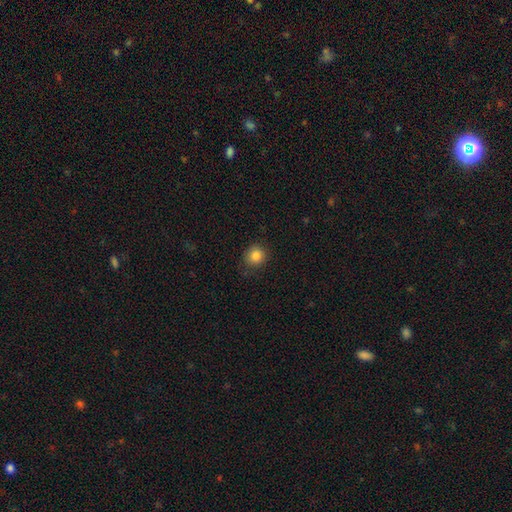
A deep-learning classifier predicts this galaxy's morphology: The model was most divided on "merging": none: 84%, minor disturbance: 12%, major disturbance: 3%, merger: 1%. More confident: how rounded — round (85%); smooth or featured — smooth (85%).